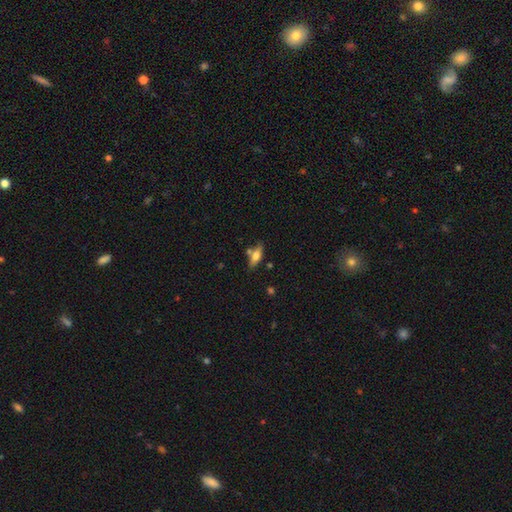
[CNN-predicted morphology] This appears to be a smooth galaxy with no disk features (63%) that is in between round and cigar-shaped (62%). Merging: none (66%).